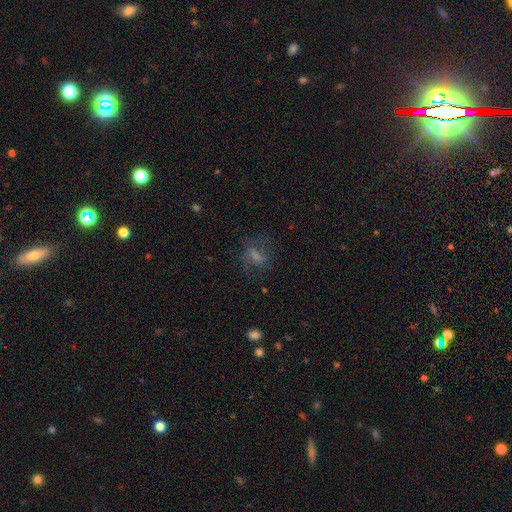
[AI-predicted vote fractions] Smooth or featured: smooth — 49% (featured or disk — 31%)
Merging: none — 62% (minor disturbance — 18%)